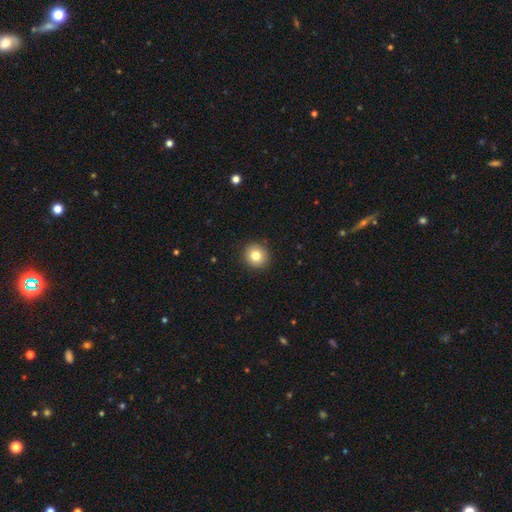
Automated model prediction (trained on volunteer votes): This is clearly a smooth galaxy (80%). How rounded: clearly round (91%). Merging: clearly none (92%).